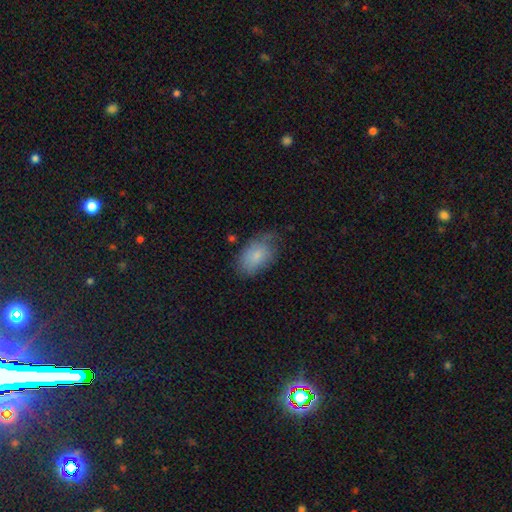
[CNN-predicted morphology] smooth-or-featured: smooth: 78% | featured or disk: 15% | star or artifact: 7%
  how-rounded: in between: 90% | round: 8% | cigar-shaped: 1%
  merging: none: 53% | minor disturbance: 34% | major disturbance: 11% | merger: 2%